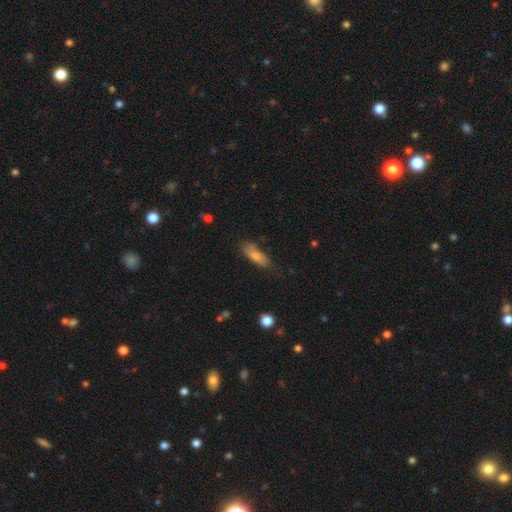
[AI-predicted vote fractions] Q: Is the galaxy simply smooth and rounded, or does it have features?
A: smooth — 76%.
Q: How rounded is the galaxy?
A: in between — 54%.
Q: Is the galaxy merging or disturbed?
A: none — 64%.